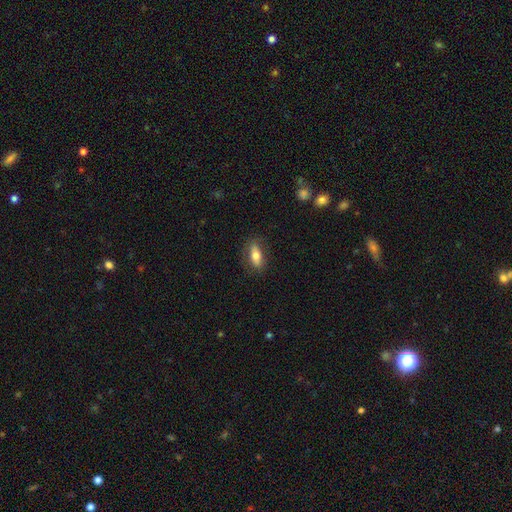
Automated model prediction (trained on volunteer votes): Smooth or featured? Predicted: smooth (p=0.65). How rounded? Predicted: in between (p=0.73). Merging? Predicted: none (p=0.81).